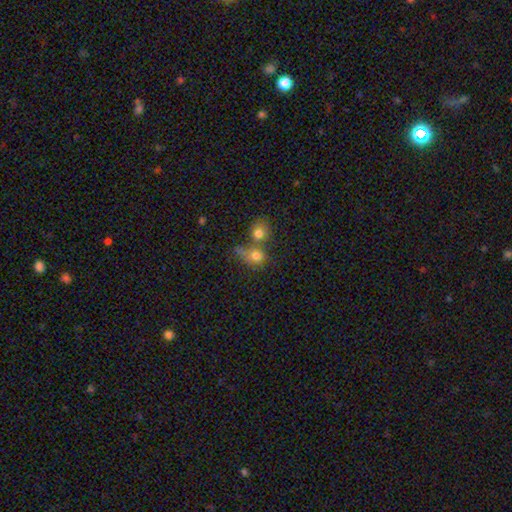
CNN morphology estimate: smooth_or_featured: smooth (p=0.75) [alt: star or artifact p=0.12]
how_rounded: round (p=0.70) [alt: in between p=0.29]
merging: merger (p=0.53) [alt: none p=0.30]